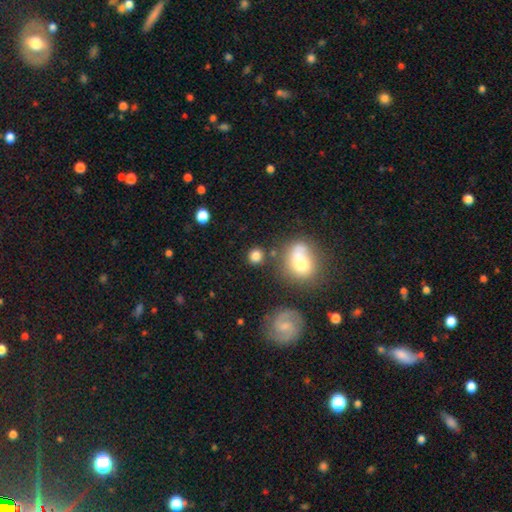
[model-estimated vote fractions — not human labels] Overall: smooth (80%). How rounded: round (83%). Merging: none (75%).